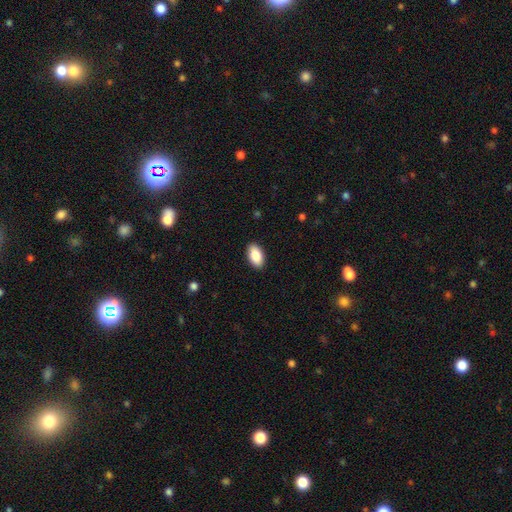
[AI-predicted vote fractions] This appears to be a smooth galaxy with no disk features (88%) that is in between round and cigar-shaped (95%). Merging: none (90%).